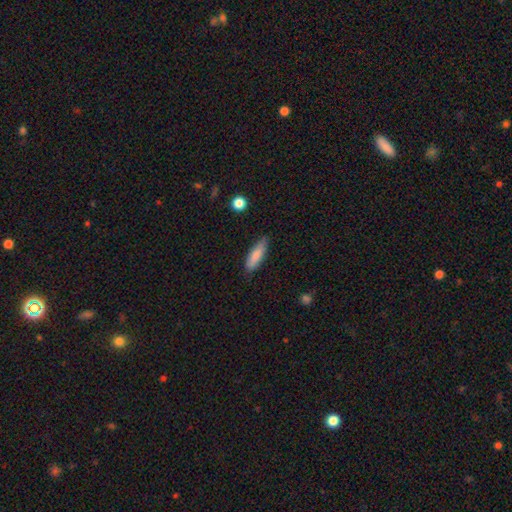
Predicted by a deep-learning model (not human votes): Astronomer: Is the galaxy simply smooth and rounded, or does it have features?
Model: smooth — 82%.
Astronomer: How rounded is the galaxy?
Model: cigar-shaped — 55% (runner-up: in between, 44%).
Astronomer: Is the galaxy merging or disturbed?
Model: none — 80%.